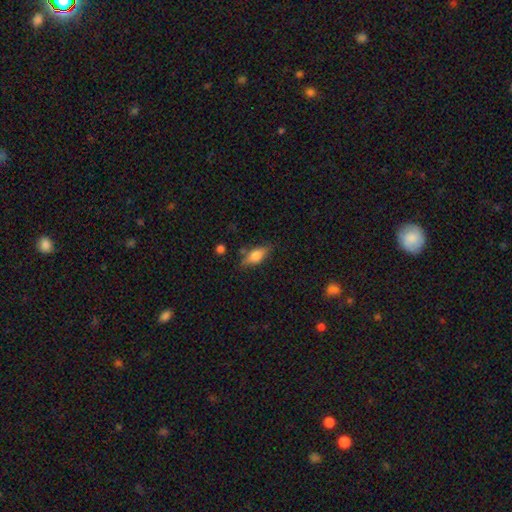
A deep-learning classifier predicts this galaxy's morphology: smooth_or_featured: smooth (p=0.62) [alt: featured or disk p=0.30]
how_rounded: in between (p=0.73) [alt: cigar-shaped p=0.22]
merging: none (p=0.74) [alt: minor disturbance p=0.18]